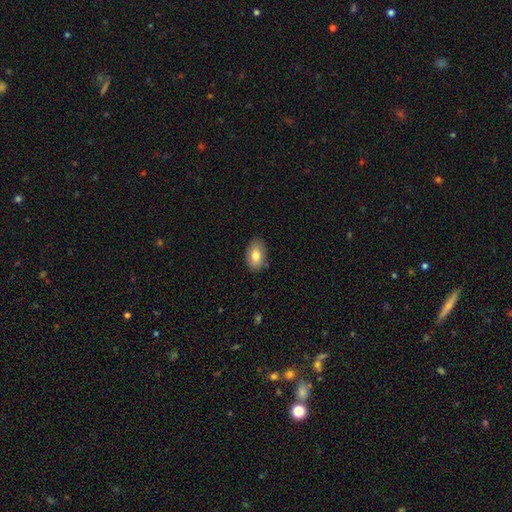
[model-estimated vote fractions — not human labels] A smooth galaxy with no disk features (80%) that is in between round and cigar-shaped (89%). Merging: none (83%).